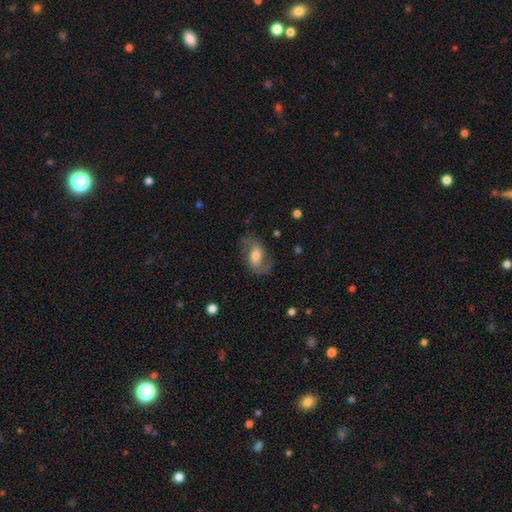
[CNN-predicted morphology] featured or disk 73%, smooth 20%, star or artifact 7%. Down the decision tree: edge-on disk — no (96%); bar — weak (44%); spiral arms — yes (92%); spiral arm count — 2 (88%); spiral winding — medium (46%); bulge size — moderate (60%); merging — none (73%).